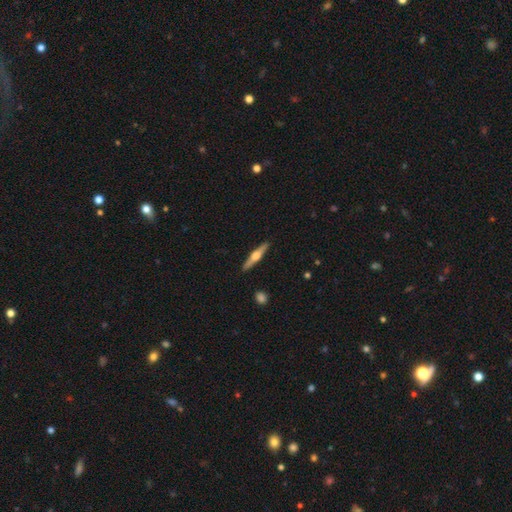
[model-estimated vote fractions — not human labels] A featured or disk galaxy (70%) viewed edge-on (98%) with a rounded central bulge (93%).

Vote fractions:
- Smooth or featured? featured or disk: 70% / smooth: 25% / star or artifact: 5%
- Edge-on disk? yes: 98% / no: 2%
- Edge-on bulge? rounded: 93% / boxy: 5% / none: 2%
- Merging? none: 91% / minor disturbance: 6% / major disturbance: 1% / merger: 1%